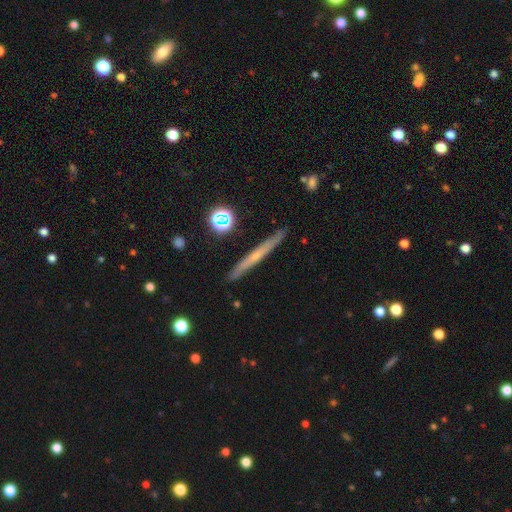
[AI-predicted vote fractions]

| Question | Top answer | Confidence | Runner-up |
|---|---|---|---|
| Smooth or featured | featured or disk | 55% | smooth (37%) |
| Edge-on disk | yes | 95% | no (5%) |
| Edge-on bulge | none | 59% | rounded (37%) |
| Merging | none | 89% | minor disturbance (8%) |